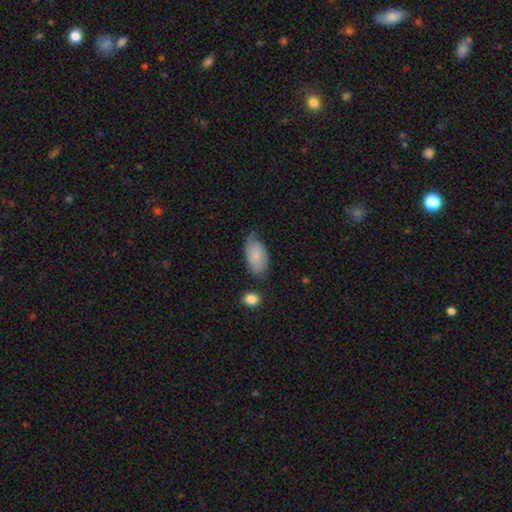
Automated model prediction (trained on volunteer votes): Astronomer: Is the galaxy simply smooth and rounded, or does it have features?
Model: smooth — 76%.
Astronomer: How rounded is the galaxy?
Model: in between — 94%.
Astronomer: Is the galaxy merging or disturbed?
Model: none — 53% (runner-up: minor disturbance, 35%).